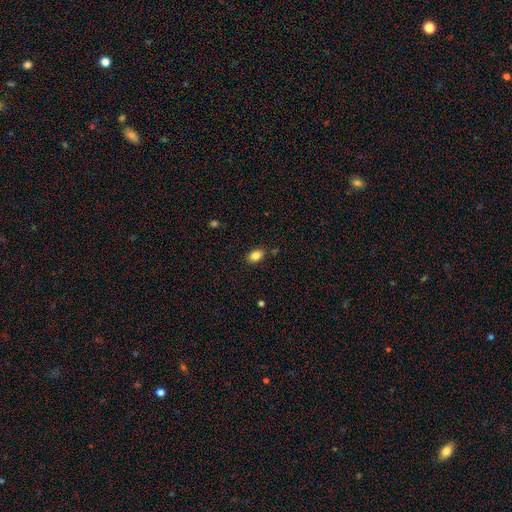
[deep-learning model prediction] Smooth or featured? smooth (85%)
How rounded? in between (81%)
Merging? none (83%)